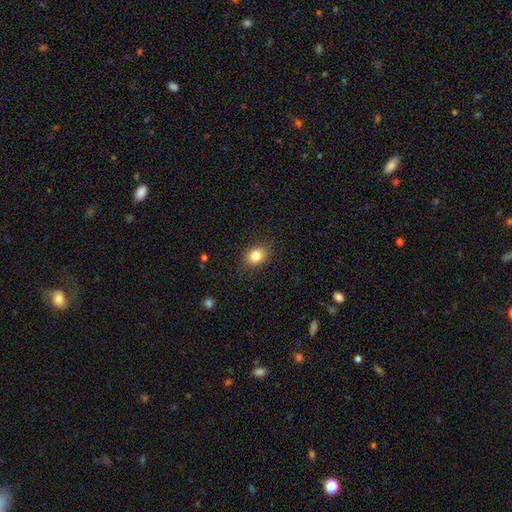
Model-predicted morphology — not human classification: smooth_or_featured: smooth (p=0.83) [alt: star or artifact p=0.10]
how_rounded: in between (p=0.50) [alt: round p=0.49]
merging: none (p=0.85) [alt: minor disturbance p=0.11]